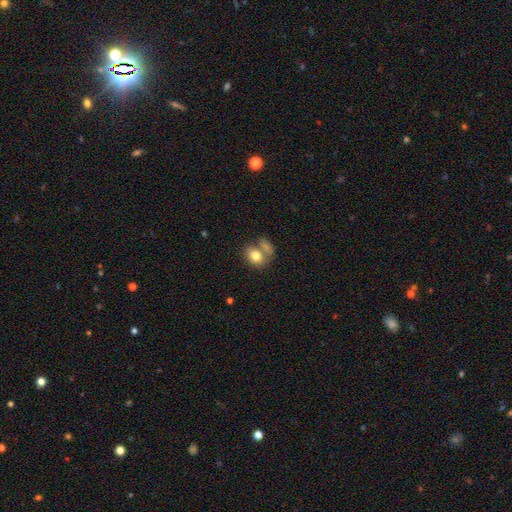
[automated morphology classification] Smooth or featured? Predicted: smooth (p=0.78). How rounded? Predicted: in between (p=0.61). Merging? Predicted: merger (p=0.41).